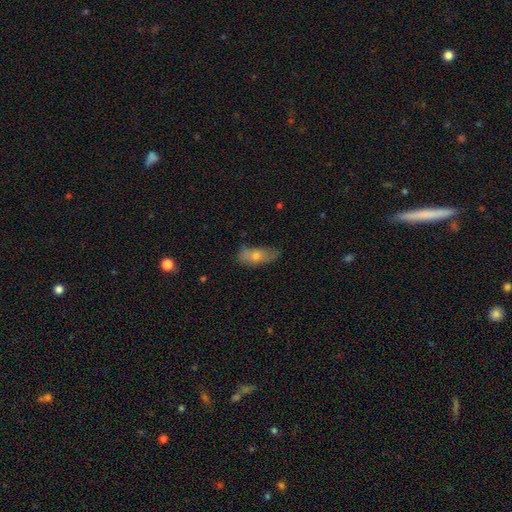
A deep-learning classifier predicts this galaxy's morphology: Q: Smooth or featured?
A: smooth (63%); runner-up: featured or disk (28%)
Q: How rounded?
A: in between (75%); runner-up: cigar-shaped (20%)
Q: Merging?
A: none (61%); runner-up: minor disturbance (28%)